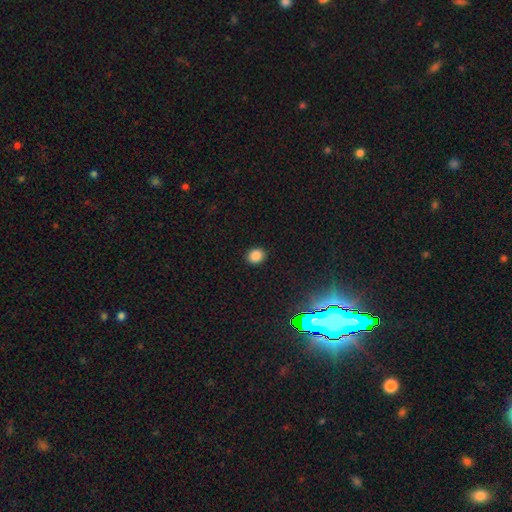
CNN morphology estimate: Overall: smooth (84%). How rounded: round (62%; in between 37%). Merging: none (91%).